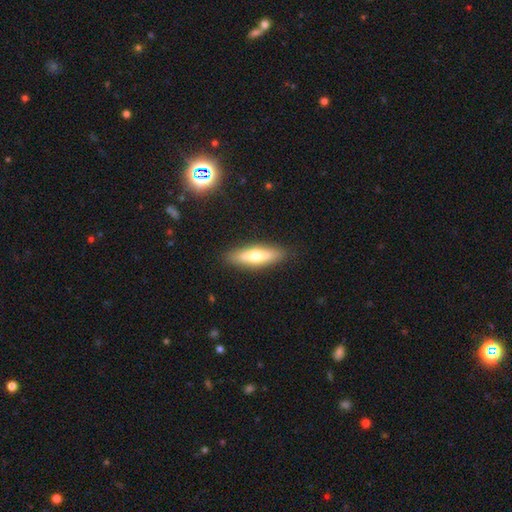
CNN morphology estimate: Smooth or featured? smooth (56%)
How rounded? cigar-shaped (57%)
Merging? none (88%)